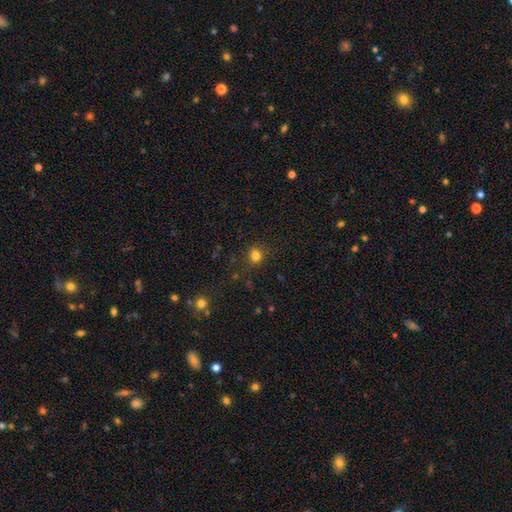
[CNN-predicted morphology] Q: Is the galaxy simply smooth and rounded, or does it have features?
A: smooth — 79%.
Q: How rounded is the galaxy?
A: round — 68%.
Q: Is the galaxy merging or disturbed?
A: none — 81%.